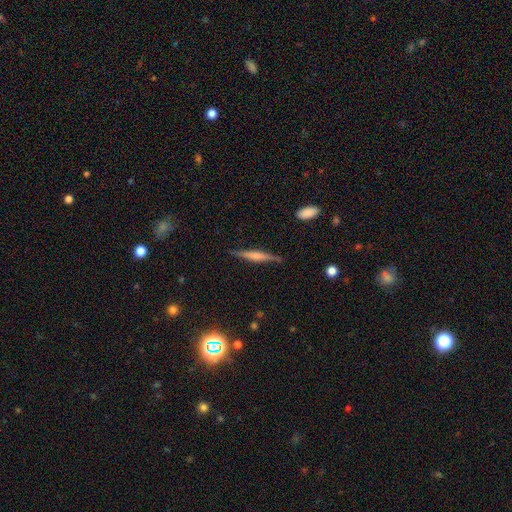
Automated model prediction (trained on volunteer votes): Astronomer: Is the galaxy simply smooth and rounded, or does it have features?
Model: featured or disk — 61%.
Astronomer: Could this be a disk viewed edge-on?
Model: yes — 97%.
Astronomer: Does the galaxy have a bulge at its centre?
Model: rounded — 53% (runner-up: boxy, 29%).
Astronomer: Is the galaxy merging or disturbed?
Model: none — 86%.